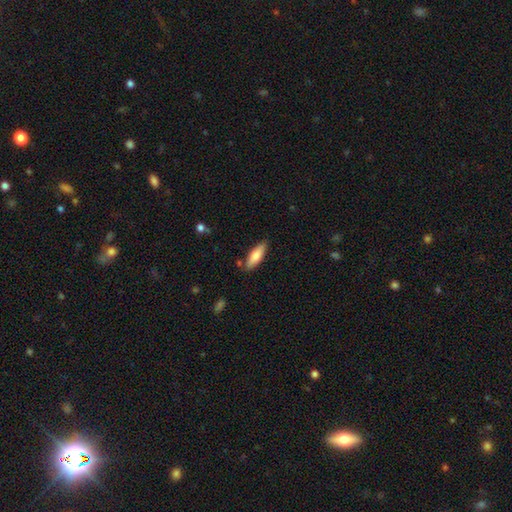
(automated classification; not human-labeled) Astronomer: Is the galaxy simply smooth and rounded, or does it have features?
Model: smooth — 75%.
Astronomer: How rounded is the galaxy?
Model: in between — 54% (runner-up: cigar-shaped, 44%).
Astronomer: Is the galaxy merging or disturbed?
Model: none — 83%.